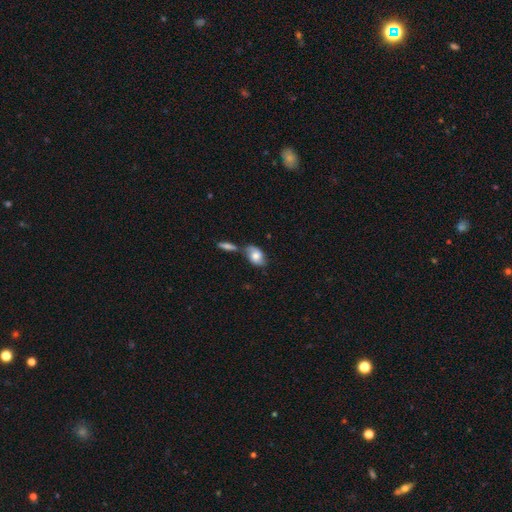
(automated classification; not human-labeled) A smooth galaxy with no disk features (53%) that is in between round and cigar-shaped (86%). Merging: none (43%).